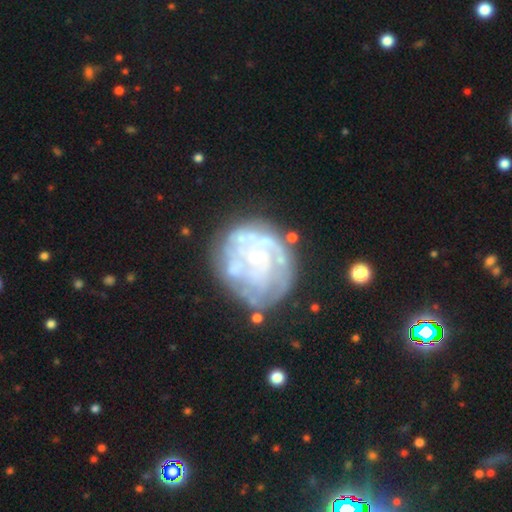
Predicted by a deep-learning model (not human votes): This appears to be a featured or disk galaxy (76%) with no bar (76%), spiral arms (62%) and a small central bulge (57%). Merging: none (60%).